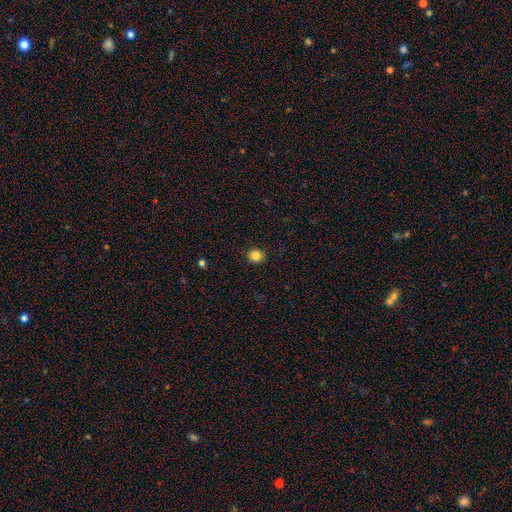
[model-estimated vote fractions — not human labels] This is clearly a smooth galaxy (84%). How rounded: clearly round (90%). Merging: clearly none (92%).